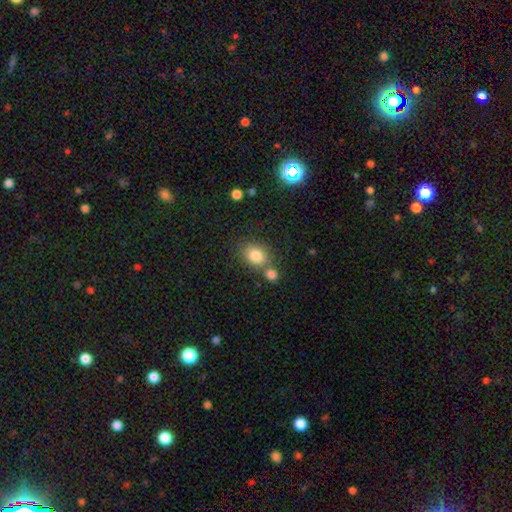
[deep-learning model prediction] This appears to be a smooth galaxy with no disk features (83%) that is in between round and cigar-shaped (63%). Merging: none (55%).